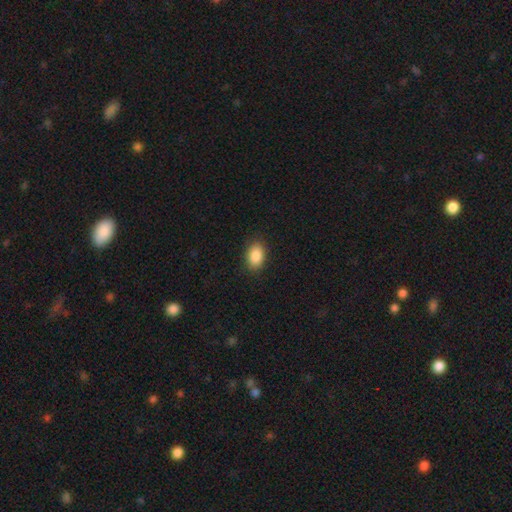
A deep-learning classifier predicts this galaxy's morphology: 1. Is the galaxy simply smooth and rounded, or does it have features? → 88% smooth, 8% star or artifact, 5% featured or disk.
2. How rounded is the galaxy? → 86% in between, 13% round, 1% cigar-shaped.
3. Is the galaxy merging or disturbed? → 88% none, 9% minor disturbance, 2% major disturbance, 1% merger.